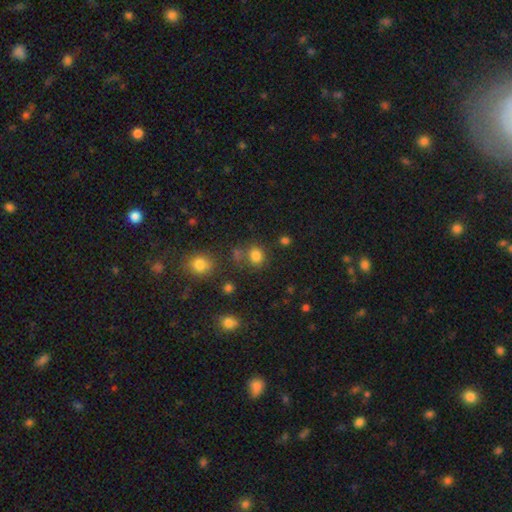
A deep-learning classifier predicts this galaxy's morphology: Q: Smooth or featured?
A: smooth (79%); runner-up: star or artifact (15%)
Q: How rounded?
A: round (74%); runner-up: in between (25%)
Q: Merging?
A: none (70%); runner-up: minor disturbance (13%)